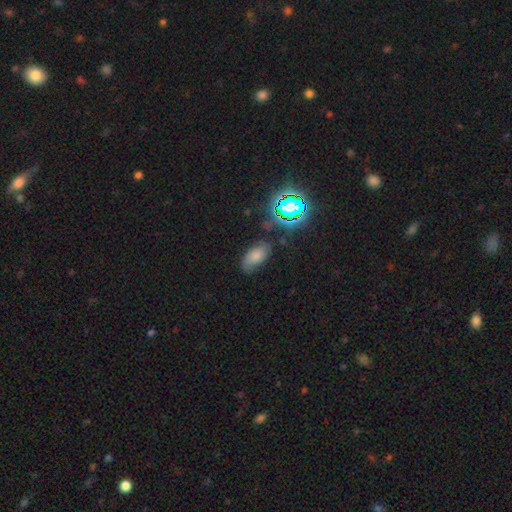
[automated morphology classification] type=smooth (61%); roundness=in between (91%); merging=none (69%).